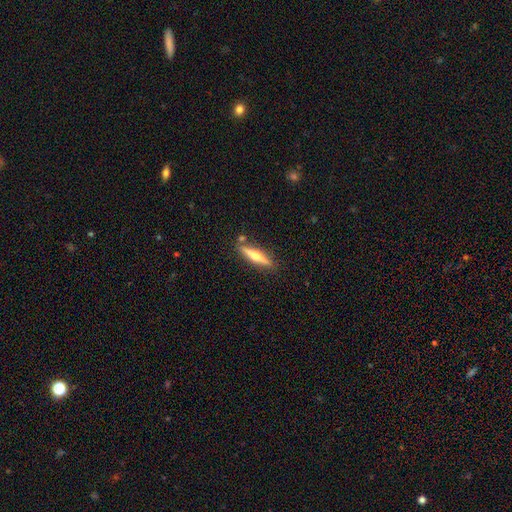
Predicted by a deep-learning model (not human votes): Smooth or featured? Predicted: featured or disk (p=0.61). Edge-on disk? Predicted: yes (p=0.96). Edge-on bulge? Predicted: rounded (p=0.92). Merging? Predicted: none (p=0.84).